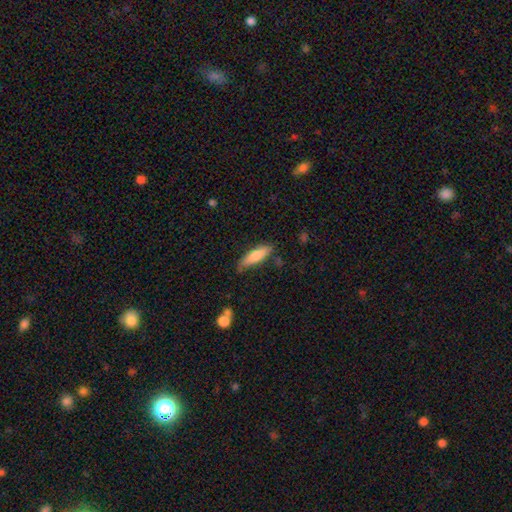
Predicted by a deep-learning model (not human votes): Smooth or featured?
  - smooth: 75% *
  - featured or disk: 19%
  - star or artifact: 6%
How rounded?
  - cigar-shaped: 58% *
  - in between: 40%
  - round: 2%
Merging?
  - none: 72% *
  - minor disturbance: 21%
  - major disturbance: 4%
  - merger: 3%